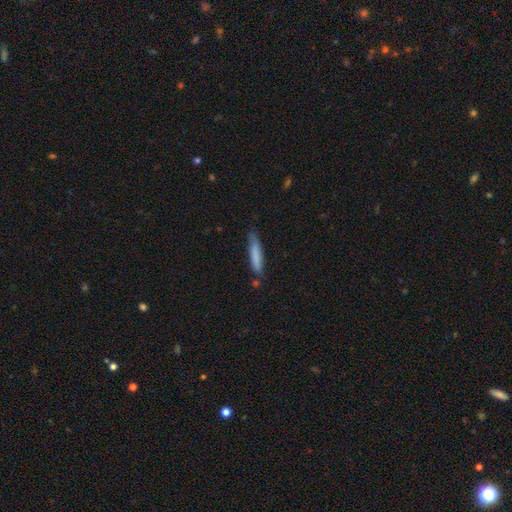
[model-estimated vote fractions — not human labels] The model was most divided on "merging": none: 72%, minor disturbance: 20%, merger: 4%, major disturbance: 4%. More confident: how rounded — cigar-shaped (88%); smooth or featured — smooth (79%).